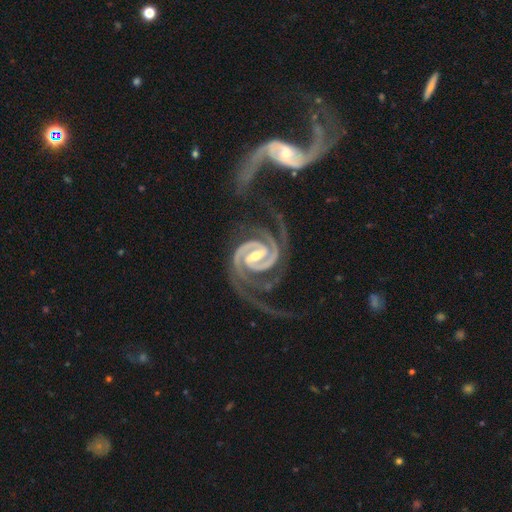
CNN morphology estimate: This is clearly a featured or disk galaxy (95%). It is clearly not viewed edge-on (98%). Bar: likely strong (64%). Spiral arm pattern: clearly yes (99%). Spiral arm count: clearly 2 (86%). Spiral winding: possibly tight (55%). Central bulge: possibly moderate (58%). Merging: possibly none (54%).